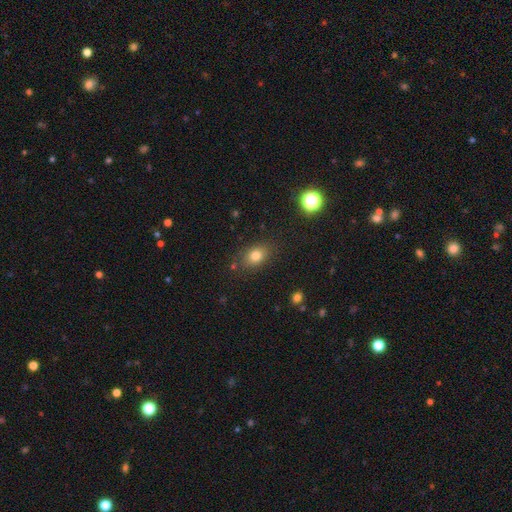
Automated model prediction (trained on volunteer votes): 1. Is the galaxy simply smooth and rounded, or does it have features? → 78% smooth, 12% star or artifact, 10% featured or disk.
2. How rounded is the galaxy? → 71% in between, 28% round, 2% cigar-shaped.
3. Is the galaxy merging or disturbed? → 80% none, 13% minor disturbance, 4% major disturbance, 3% merger.